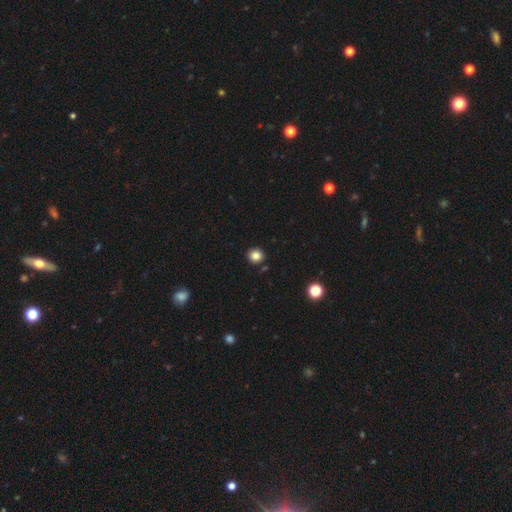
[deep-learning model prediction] Overall: smooth (84%). How rounded: round (91%). Merging: none (90%).